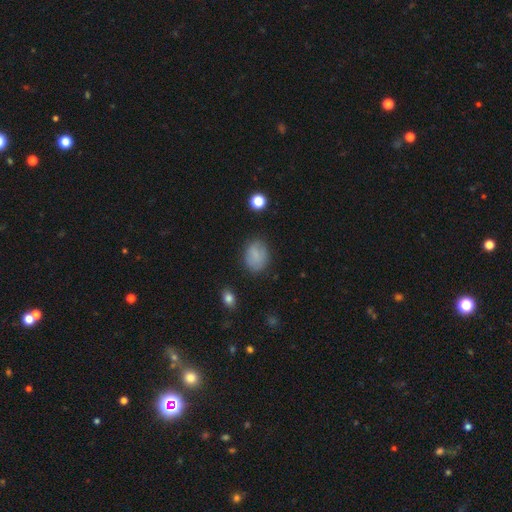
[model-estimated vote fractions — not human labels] Smooth or featured? Predicted: smooth (p=0.80). How rounded? Predicted: in between (p=0.65). Merging? Predicted: none (p=0.76).